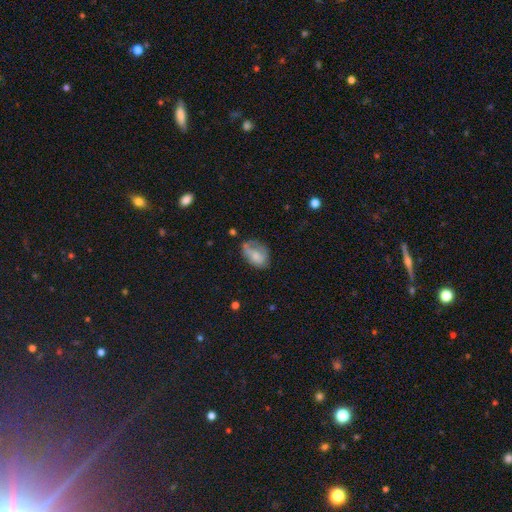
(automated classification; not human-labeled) smooth 62%, featured or disk 30%, star or artifact 9%. Down the decision tree: how rounded — in between (83%); merging — none (43%).